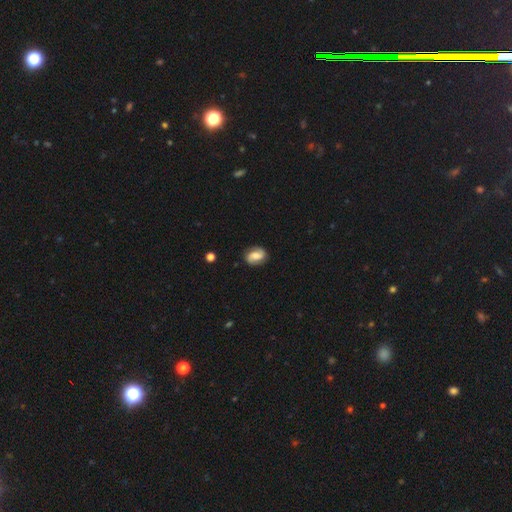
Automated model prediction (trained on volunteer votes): This appears to be a featured or disk galaxy (64%) with a weak bar (44%), 2 (91%) medium (41%) spiral arms (91%) and a moderate central bulge (56%). Merging: none (84%).